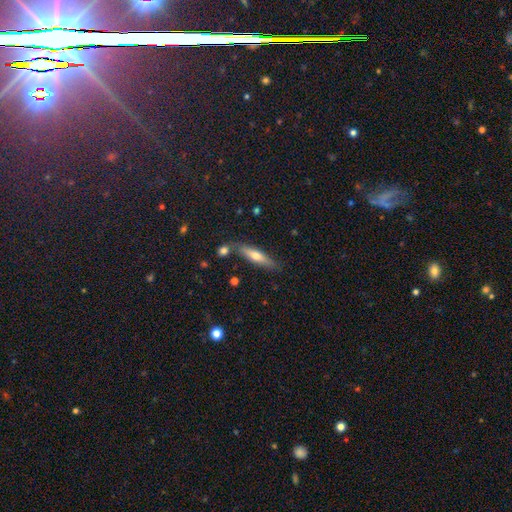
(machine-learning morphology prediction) A smooth galaxy with no disk features (56%) that is cigar-shaped (77%).

Vote fractions:
- Smooth or featured? smooth: 56% / featured or disk: 37% / star or artifact: 7%
- How rounded? cigar-shaped: 77% / in between: 21% / round: 2%
- Merging? none: 78% / minor disturbance: 13% / merger: 7% / major disturbance: 3%